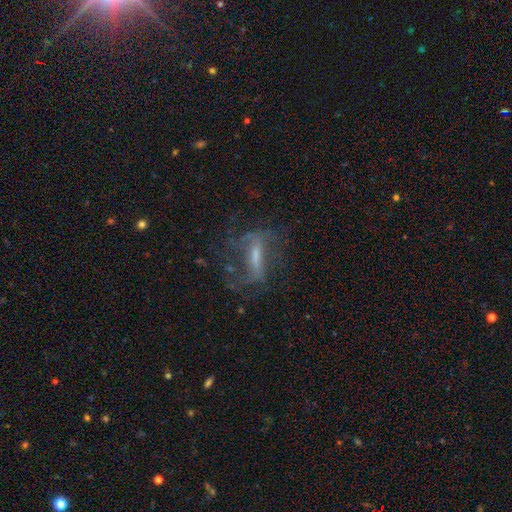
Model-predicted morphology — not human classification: Smooth or featured? featured or disk (69%)
Edge-on disk? no (80%)
Bar? strong (53%)
Spiral arms? yes (70%)
Bulge size? small (41%)
Merging? none (50%)